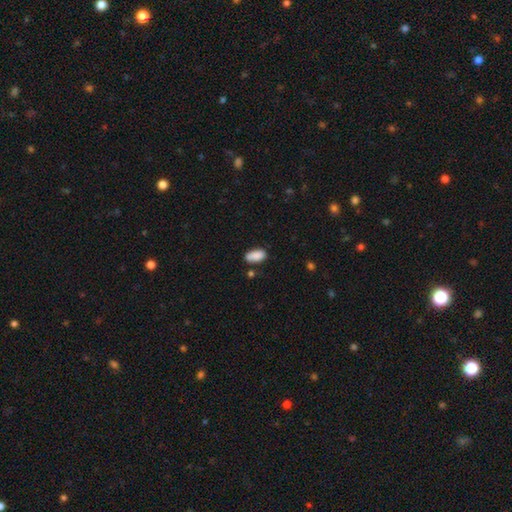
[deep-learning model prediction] Morphology: type=smooth (87%); roundness=in between (91%); merging=none (69%).